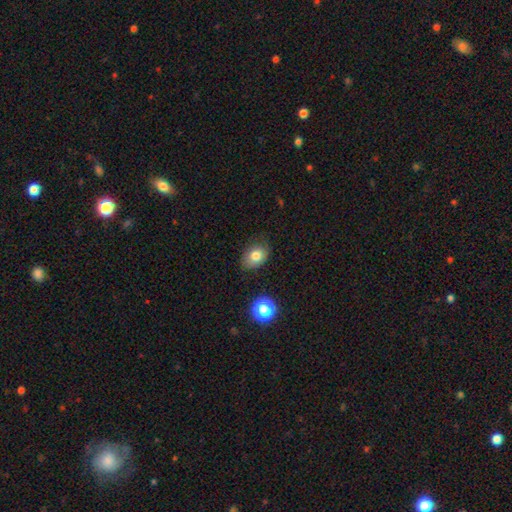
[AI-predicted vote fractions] Smooth or featured? smooth (78%)
How rounded? in between (68%)
Merging? none (76%)